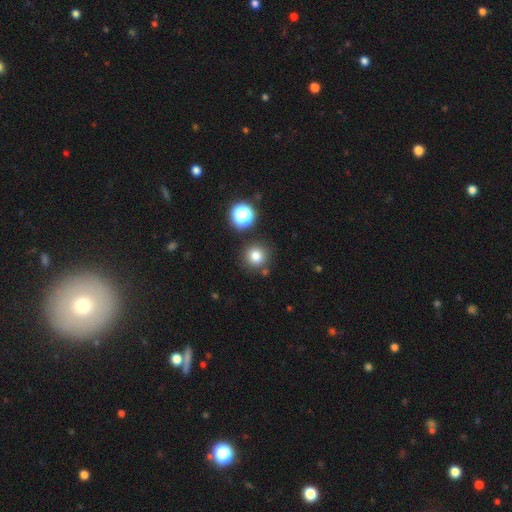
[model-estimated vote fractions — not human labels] This appears to be a smooth galaxy with no disk features (78%) that is round (94%). Merging: none (84%).